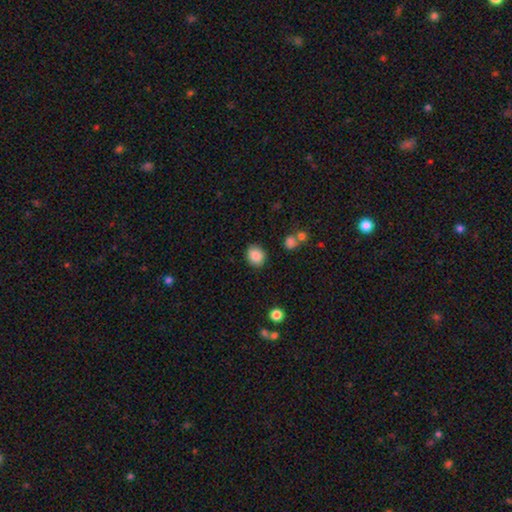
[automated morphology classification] A smooth galaxy with no disk features (87%) that is round (64%).

Vote fractions:
- Smooth or featured? smooth: 87% / star or artifact: 9% / featured or disk: 4%
- How rounded? round: 64% / in between: 35% / cigar-shaped: 1%
- Merging? none: 87% / minor disturbance: 8% / major disturbance: 3% / merger: 2%